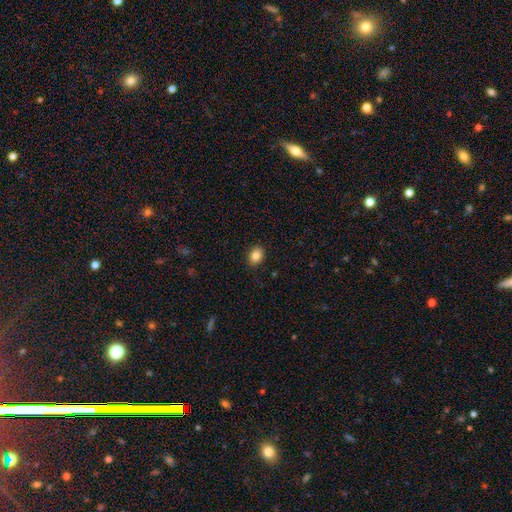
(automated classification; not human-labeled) Smooth or featured?
  - smooth: 86% *
  - star or artifact: 9%
  - featured or disk: 5%
How rounded?
  - in between: 68% *
  - round: 31%
  - cigar-shaped: 1%
Merging?
  - none: 89% *
  - minor disturbance: 8%
  - major disturbance: 2%
  - merger: 1%